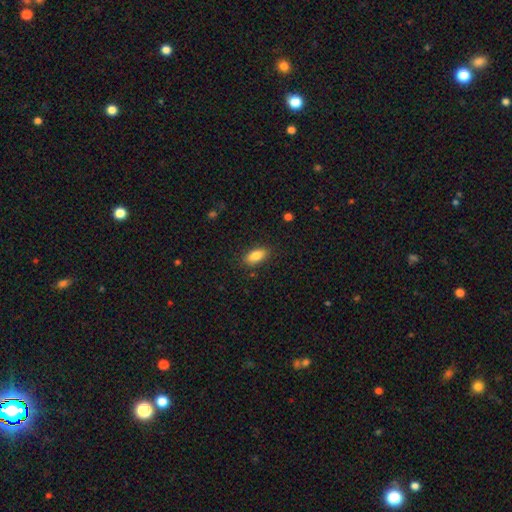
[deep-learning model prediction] Morphology: type=smooth (84%); roundness=in between (87%); merging=none (86%).